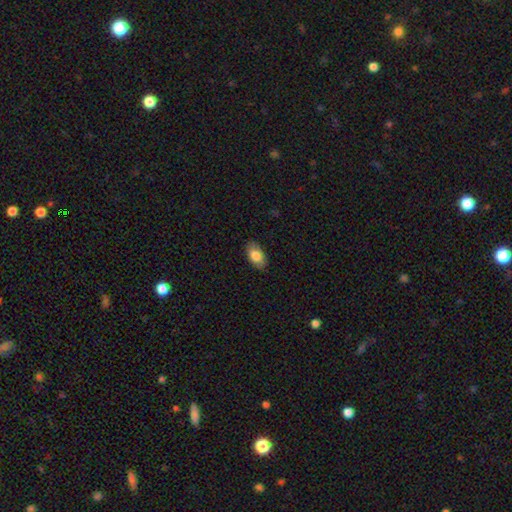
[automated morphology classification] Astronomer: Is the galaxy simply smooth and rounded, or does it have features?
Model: smooth — 83%.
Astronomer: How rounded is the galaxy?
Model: in between — 94%.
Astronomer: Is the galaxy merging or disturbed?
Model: none — 86%.